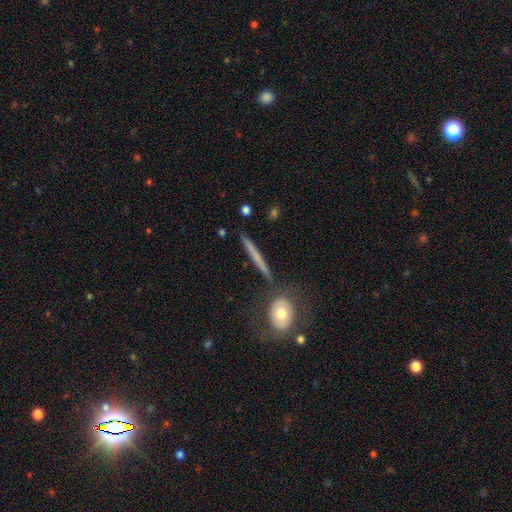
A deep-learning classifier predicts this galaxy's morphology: smooth_or_featured: smooth (p=0.48) [alt: featured or disk p=0.45]
merging: none (p=0.85) [alt: minor disturbance p=0.09]